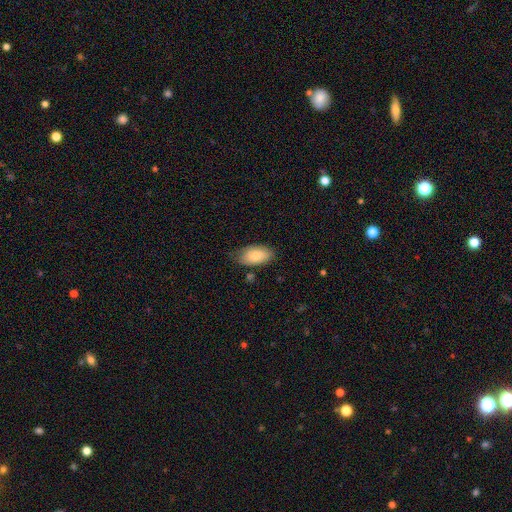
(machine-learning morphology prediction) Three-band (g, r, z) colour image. It shows a smooth galaxy with no disk features (83%) that is in between round and cigar-shaped (94%). Merging: none (68%).